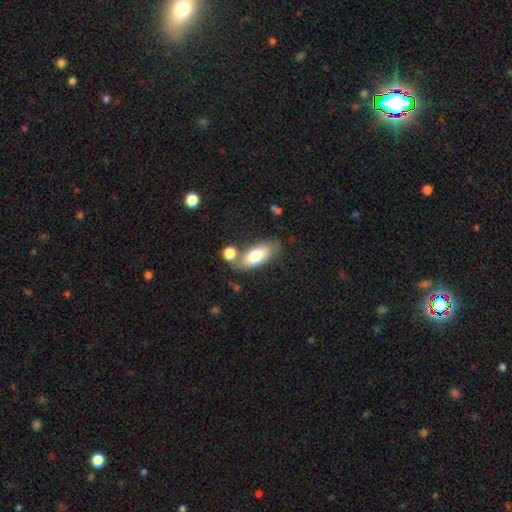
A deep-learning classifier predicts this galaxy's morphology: smooth_or_featured: smooth (p=0.72) [alt: featured or disk p=0.21]
how_rounded: in between (p=0.83) [alt: cigar-shaped p=0.14]
merging: none (p=0.62) [alt: merger p=0.18]